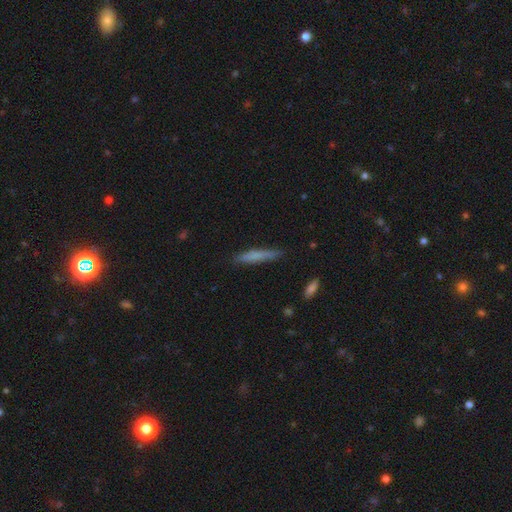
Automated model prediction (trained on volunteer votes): smooth-or-featured: smooth: 70% | featured or disk: 23% | star or artifact: 7%
  how-rounded: cigar-shaped: 93% | in between: 6% | round: 1%
  merging: none: 82% | minor disturbance: 14% | major disturbance: 3% | merger: 2%